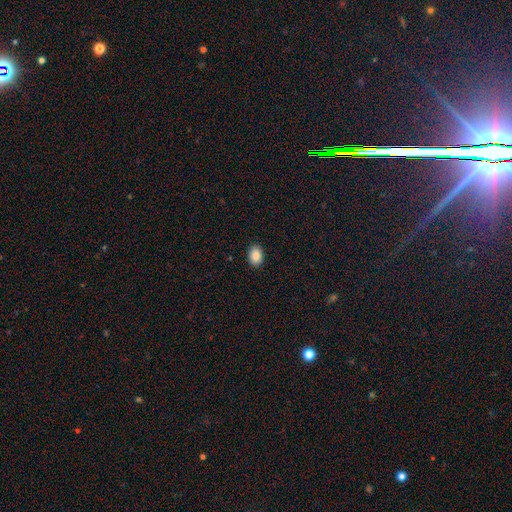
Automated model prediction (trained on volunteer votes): Smooth or featured? smooth (89%)
How rounded? in between (82%)
Merging? none (90%)